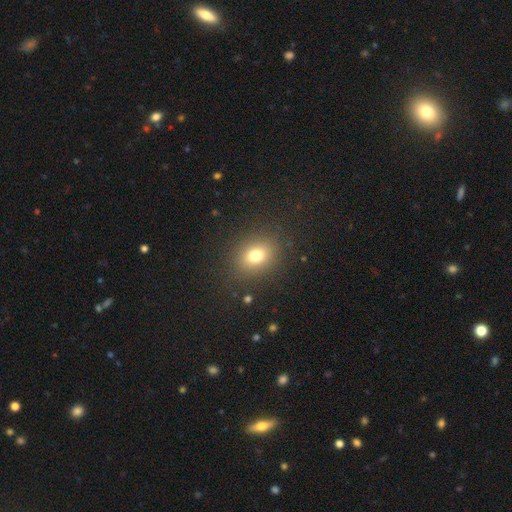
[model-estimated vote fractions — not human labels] Q: Smooth or featured?
A: smooth (76%); runner-up: star or artifact (14%)
Q: How rounded?
A: in between (54%); runner-up: round (44%)
Q: Merging?
A: none (86%); runner-up: minor disturbance (9%)